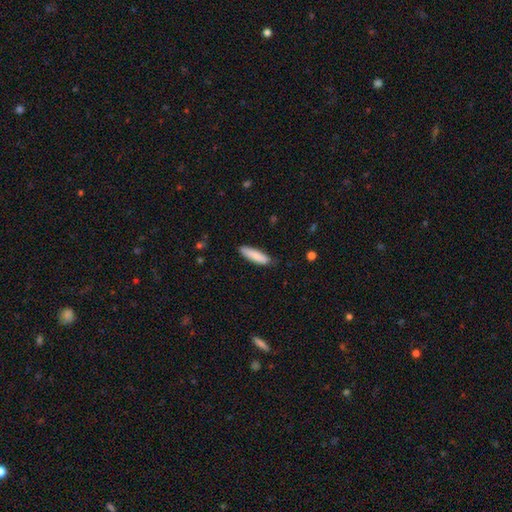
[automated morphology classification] A smooth galaxy with no disk features (86%) that is cigar-shaped (69%).

Vote fractions:
- Smooth or featured? smooth: 86% / featured or disk: 8% / star or artifact: 6%
- How rounded? cigar-shaped: 69% / in between: 30% / round: 1%
- Merging? none: 83% / minor disturbance: 14% / major disturbance: 2% / merger: 1%